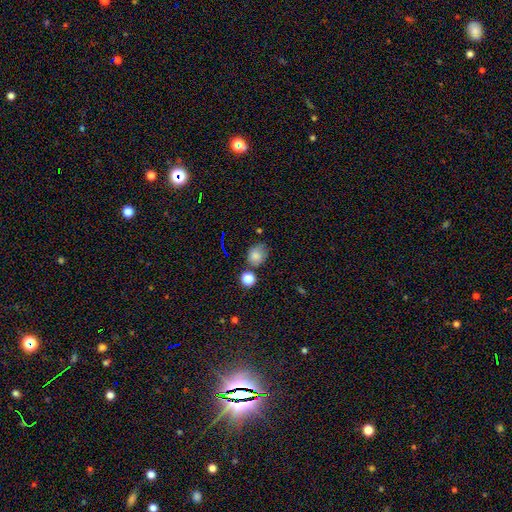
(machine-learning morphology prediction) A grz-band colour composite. It shows a smooth galaxy with no disk features (78%) that is round (51%). Merging: none (61%).